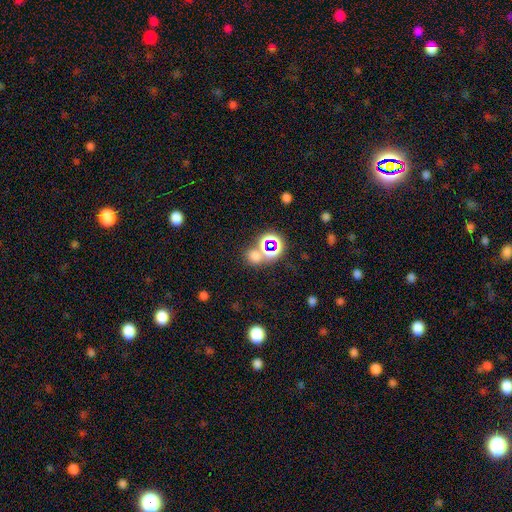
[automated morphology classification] Smooth or featured? Predicted: smooth (p=0.54). How rounded? Predicted: round (p=0.79). Merging? Predicted: none (p=0.63).